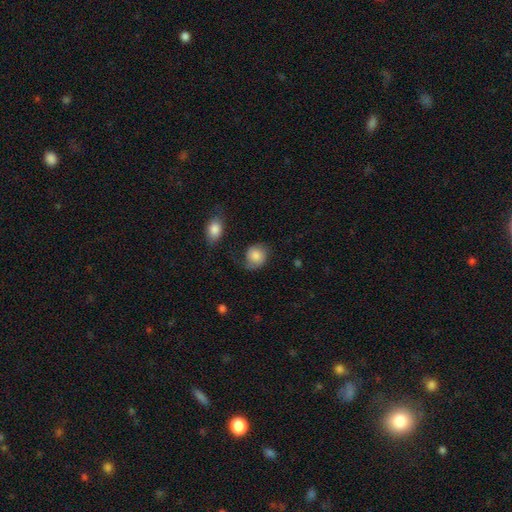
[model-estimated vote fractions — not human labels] Smooth or featured? Predicted: smooth (p=0.75). How rounded? Predicted: round (p=0.69). Merging? Predicted: none (p=0.53).